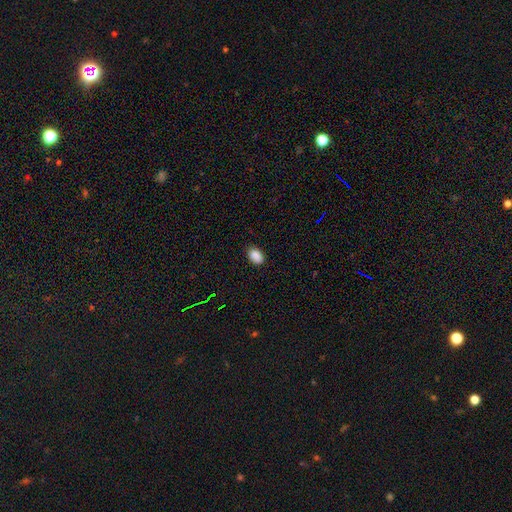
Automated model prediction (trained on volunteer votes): Smooth or featured?
  - smooth: 89% *
  - star or artifact: 9%
  - featured or disk: 3%
How rounded?
  - in between: 85% *
  - round: 13%
  - cigar-shaped: 1%
Merging?
  - none: 85% *
  - minor disturbance: 12%
  - major disturbance: 2%
  - merger: 1%